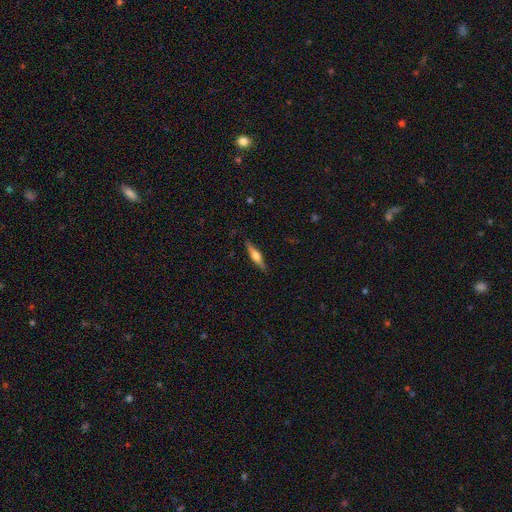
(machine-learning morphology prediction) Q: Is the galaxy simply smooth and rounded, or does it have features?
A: featured or disk — 57%.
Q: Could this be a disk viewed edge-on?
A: yes — 96%.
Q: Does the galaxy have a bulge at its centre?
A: rounded — 86%.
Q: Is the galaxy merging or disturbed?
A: none — 87%.